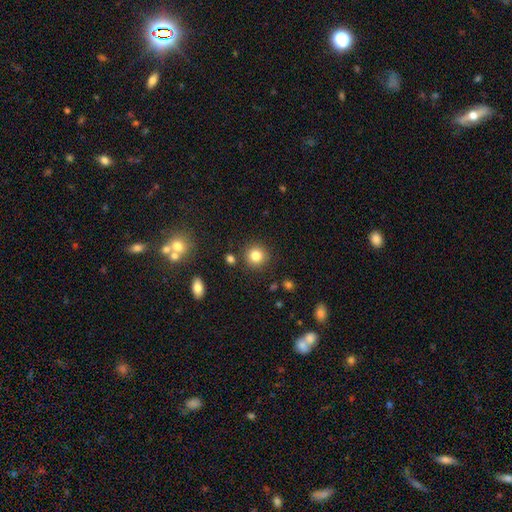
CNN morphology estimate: smooth 82%, star or artifact 11%, featured or disk 7%. Down the decision tree: how rounded — round (91%); merging — none (87%).